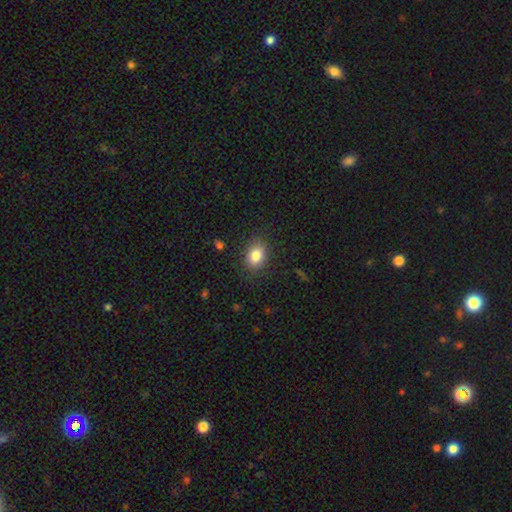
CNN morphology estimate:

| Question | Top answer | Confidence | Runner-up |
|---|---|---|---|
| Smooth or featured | smooth | 82% | star or artifact (10%) |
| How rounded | in between | 66% | round (33%) |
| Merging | none | 85% | minor disturbance (11%) |